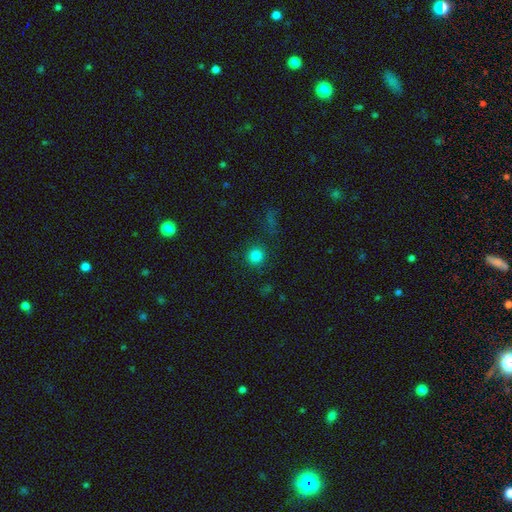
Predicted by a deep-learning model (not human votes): The model was most divided on "smooth or featured": smooth: 83%, star or artifact: 13%, featured or disk: 4%. More confident: how rounded — round (94%); merging — none (86%).